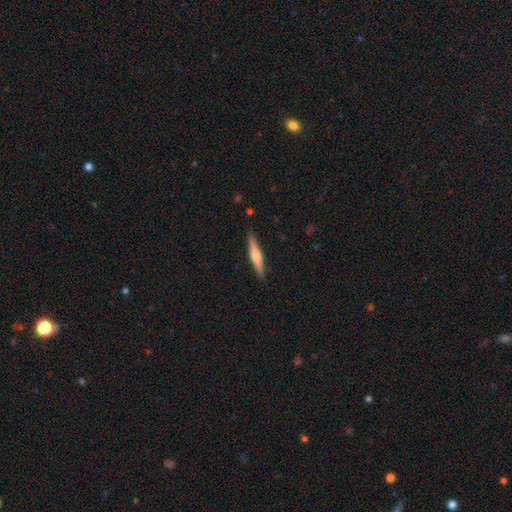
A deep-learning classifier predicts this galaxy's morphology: type=featured or disk (53%); edge-on=yes (97%); edge-on bulge=rounded (81%); merging=none (90%).